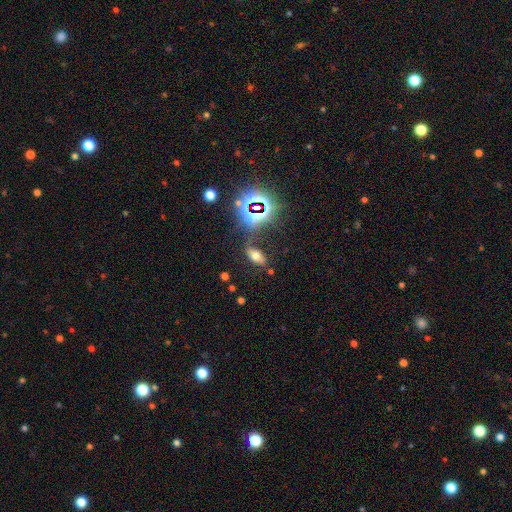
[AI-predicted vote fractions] Overall: smooth (49%; star or artifact 29%). Merging: none (73%).